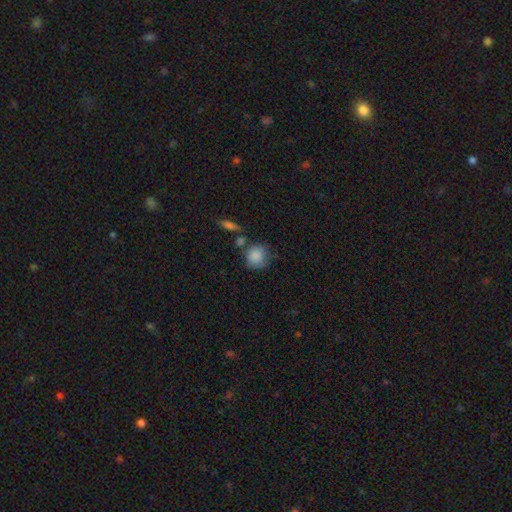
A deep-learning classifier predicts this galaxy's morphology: This is clearly a smooth galaxy (84%). How rounded: clearly round (81%). Merging: possibly none (58%).